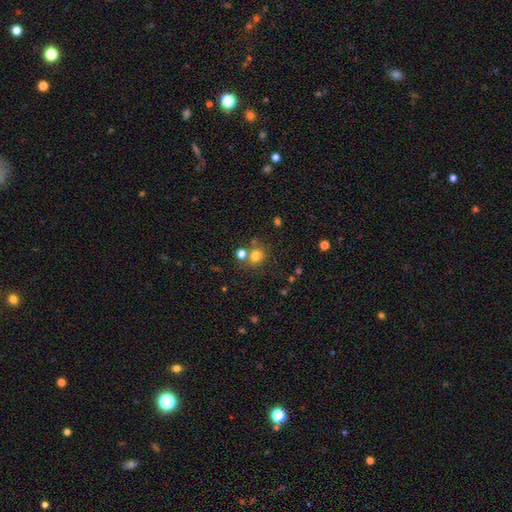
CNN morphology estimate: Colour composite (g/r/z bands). It shows a smooth galaxy with no disk features (72%) that is round (74%). Merging: none (54%).